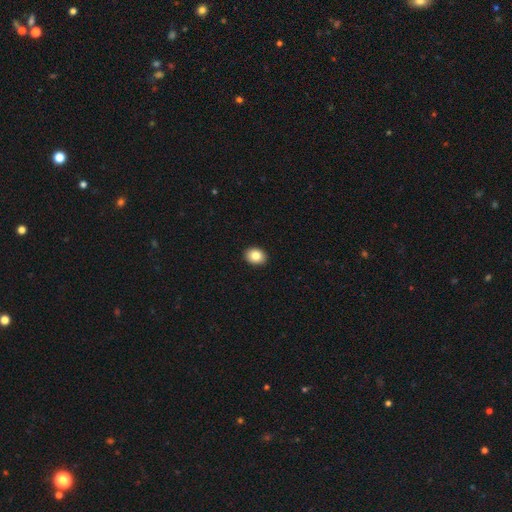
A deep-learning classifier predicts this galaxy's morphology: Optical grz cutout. It shows a smooth galaxy with no disk features (84%) that is in between round and cigar-shaped (56%). Merging: none (92%).